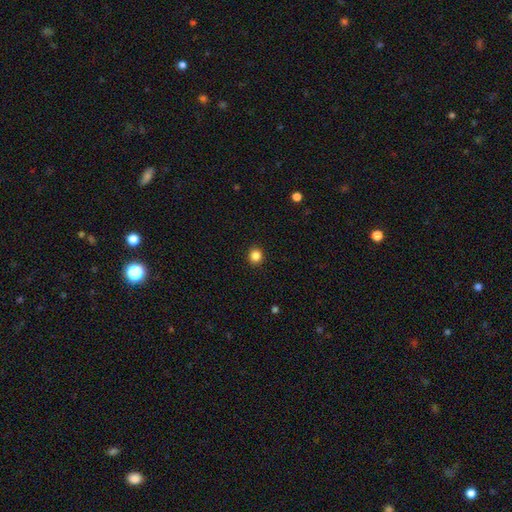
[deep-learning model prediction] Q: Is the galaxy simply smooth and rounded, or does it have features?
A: smooth — 85%.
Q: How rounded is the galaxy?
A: round — 91%.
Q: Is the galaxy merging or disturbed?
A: none — 92%.